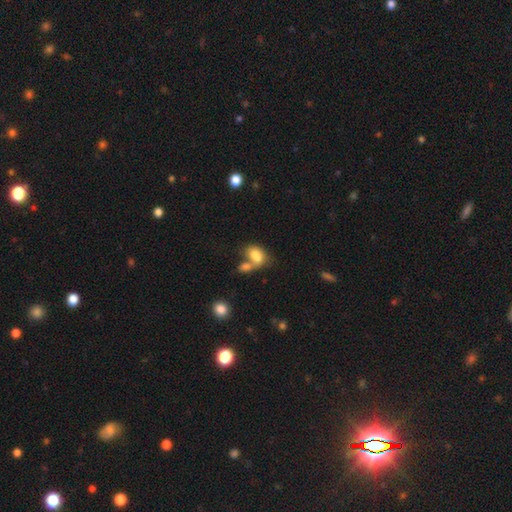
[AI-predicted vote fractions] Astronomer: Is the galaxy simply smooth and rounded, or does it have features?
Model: smooth — 78%.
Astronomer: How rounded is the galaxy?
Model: in between — 86%.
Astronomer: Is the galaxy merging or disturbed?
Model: merger — 55%.